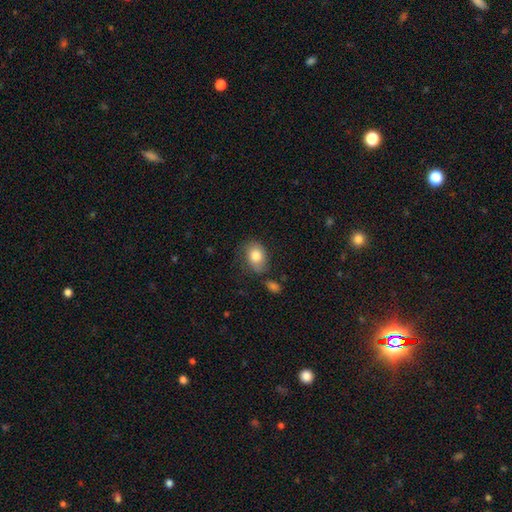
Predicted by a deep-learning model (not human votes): Q: Smooth or featured?
A: smooth (80%); runner-up: featured or disk (13%)
Q: How rounded?
A: in between (75%); runner-up: round (24%)
Q: Merging?
A: none (61%); runner-up: minor disturbance (26%)